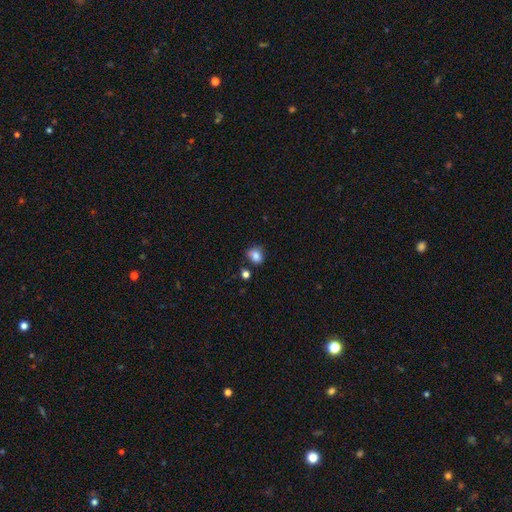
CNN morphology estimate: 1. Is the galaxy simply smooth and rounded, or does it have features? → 83% smooth, 10% star or artifact, 7% featured or disk.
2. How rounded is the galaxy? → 58% round, 41% in between, 1% cigar-shaped.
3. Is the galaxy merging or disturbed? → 72% none, 18% minor disturbance, 6% merger, 4% major disturbance.